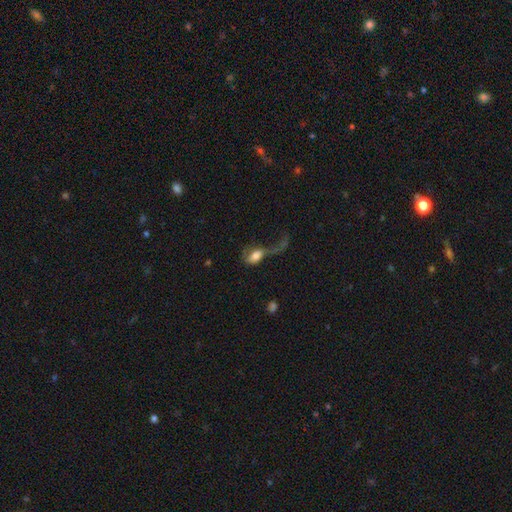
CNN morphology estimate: This is likely a smooth galaxy (61%). How rounded: clearly in between (81%). Merging: likely major disturbance (65%).